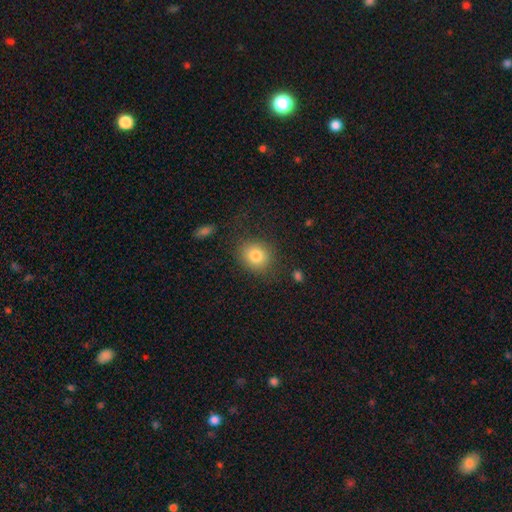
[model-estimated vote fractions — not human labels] Overall: smooth (81%). How rounded: round (72%). Merging: none (79%).